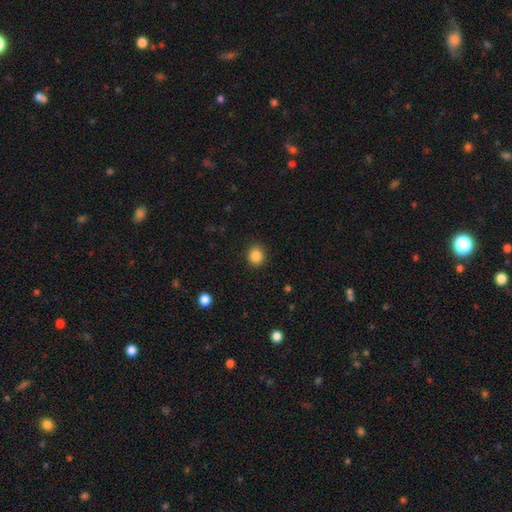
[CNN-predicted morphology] Smooth or featured? smooth (87%)
How rounded? round (80%)
Merging? none (90%)